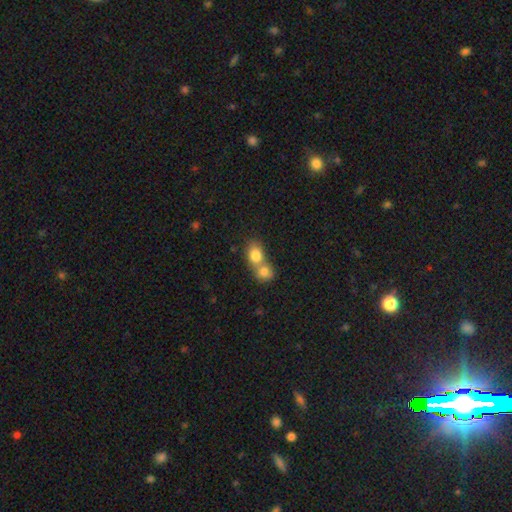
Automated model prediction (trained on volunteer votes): smooth_or_featured: smooth (p=0.80) [alt: featured or disk p=0.11]
how_rounded: round (p=0.53) [alt: in between p=0.46]
merging: merger (p=0.68) [alt: none p=0.25]